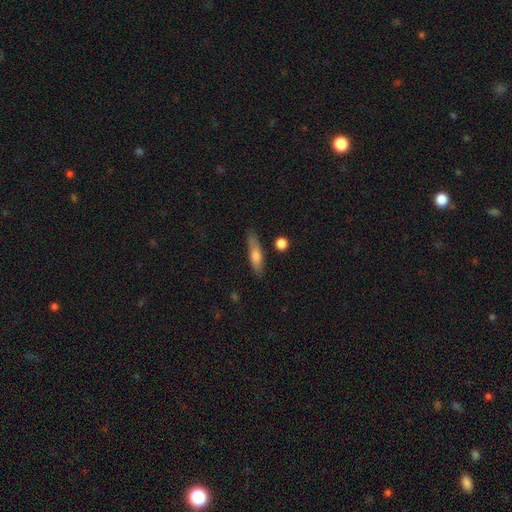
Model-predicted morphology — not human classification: This appears to be a smooth galaxy with no disk features (64%) that is cigar-shaped (74%). Merging: none (80%).